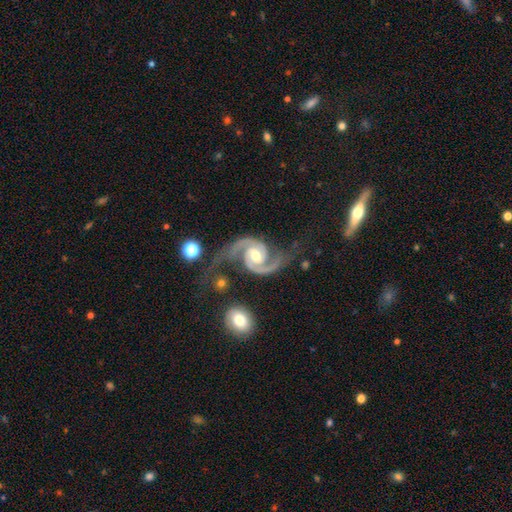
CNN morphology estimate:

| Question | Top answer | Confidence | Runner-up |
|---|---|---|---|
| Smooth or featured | featured or disk | 94% | star or artifact (3%) |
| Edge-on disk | no | 98% | yes (2%) |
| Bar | weak | 44% | no (36%) |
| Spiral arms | yes | 99% | no (1%) |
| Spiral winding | medium | 60% | tight (20%) |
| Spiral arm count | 2 | 94% | 3 (1%) |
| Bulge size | moderate | 72% | small (20%) |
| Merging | none | 60% | minor disturbance (19%) |